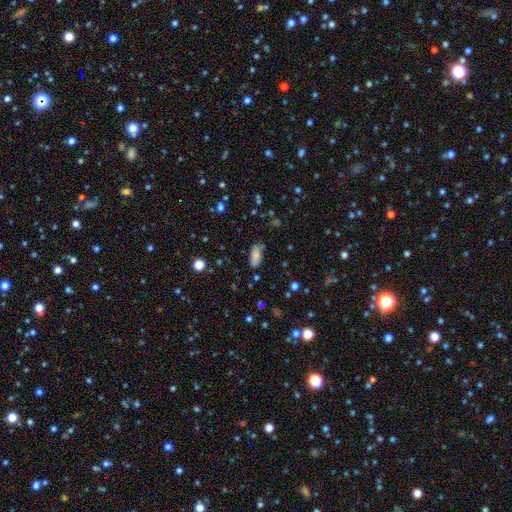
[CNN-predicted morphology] Smooth or featured? Predicted: smooth (p=0.82). How rounded? Predicted: in between (p=0.86). Merging? Predicted: none (p=0.75).